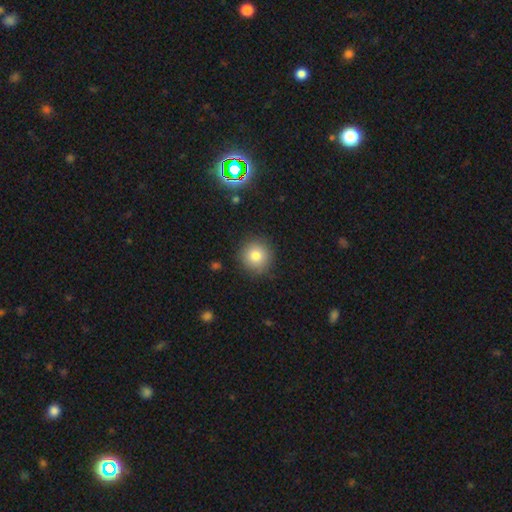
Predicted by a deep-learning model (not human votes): This is likely a smooth galaxy (80%). How rounded: clearly round (94%). Merging: clearly none (88%).